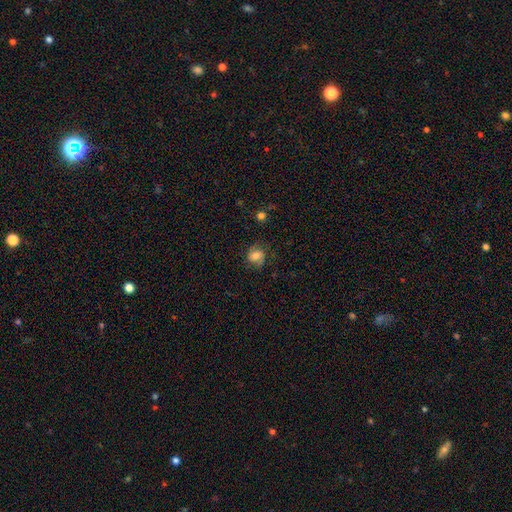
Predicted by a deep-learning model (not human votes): This is possibly a smooth galaxy (59%). How rounded: likely round (71%). Merging: likely none (70%).